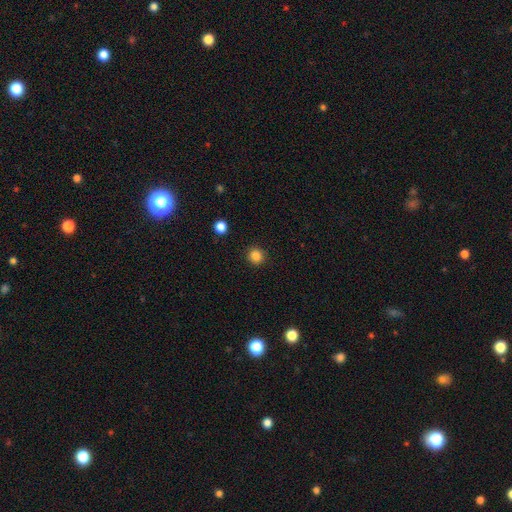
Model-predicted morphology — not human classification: smooth 85%, star or artifact 11%, featured or disk 3%. Down the decision tree: how rounded — round (92%); merging — none (92%).